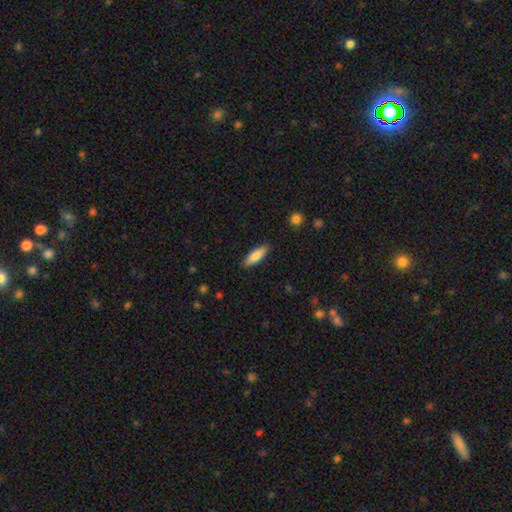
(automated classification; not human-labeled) This is clearly a smooth galaxy (81%). How rounded: possibly cigar-shaped (51%). Merging: clearly none (88%).